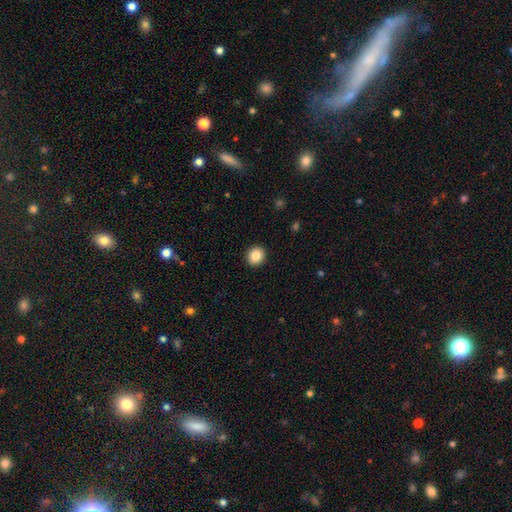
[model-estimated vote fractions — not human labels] Q: Smooth or featured?
A: smooth (86%); runner-up: star or artifact (9%)
Q: How rounded?
A: round (85%); runner-up: in between (14%)
Q: Merging?
A: none (92%); runner-up: minor disturbance (5%)